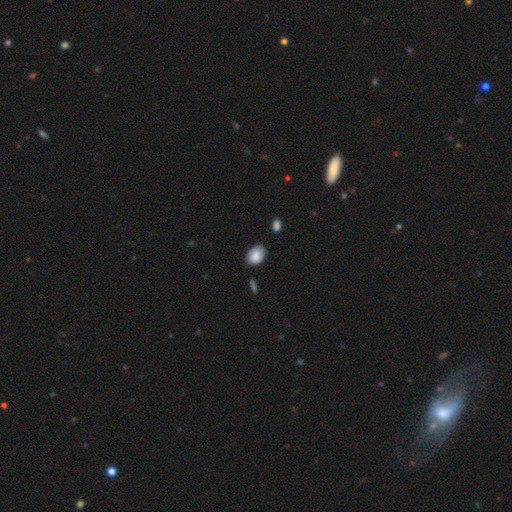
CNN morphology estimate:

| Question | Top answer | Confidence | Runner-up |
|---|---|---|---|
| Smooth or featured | smooth | 87% | star or artifact (7%) |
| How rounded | in between | 84% | round (15%) |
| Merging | none | 78% | minor disturbance (16%) |